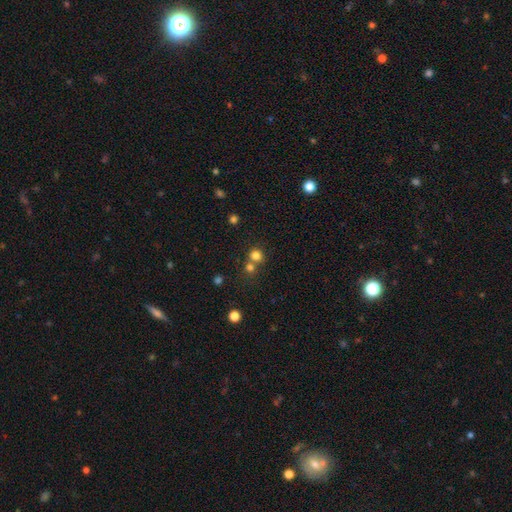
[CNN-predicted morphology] Smooth or featured: smooth — 77% (star or artifact — 15%)
How rounded: round — 87% (in between — 12%)
Merging: none — 57% (merger — 34%)